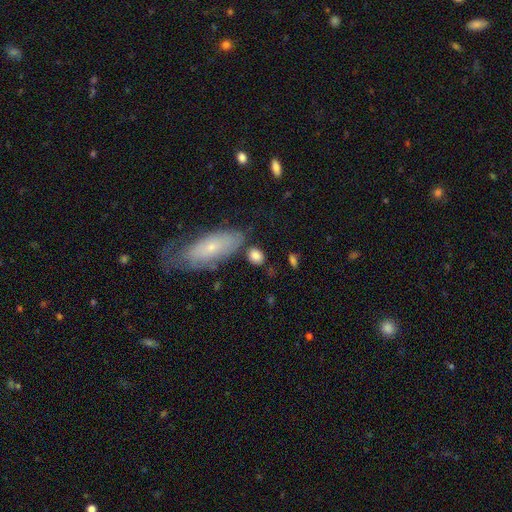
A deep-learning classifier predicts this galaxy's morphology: Smooth or featured? smooth (82%)
How rounded? in between (62%)
Merging? none (70%)